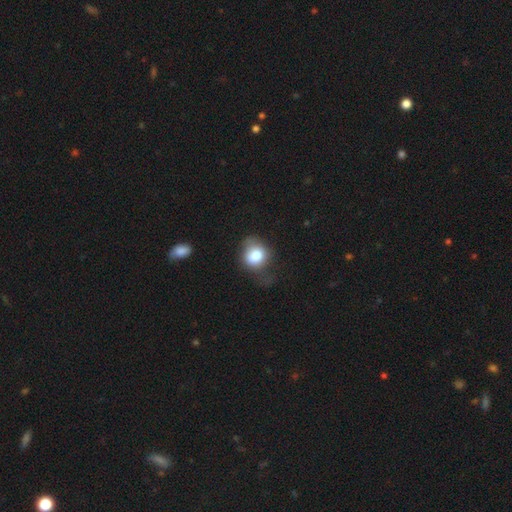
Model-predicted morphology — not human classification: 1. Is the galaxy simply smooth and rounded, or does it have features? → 80% smooth, 11% featured or disk, 9% star or artifact.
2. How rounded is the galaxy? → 61% round, 38% in between, 1% cigar-shaped.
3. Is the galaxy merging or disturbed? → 38% none, 34% minor disturbance, 24% major disturbance, 3% merger.